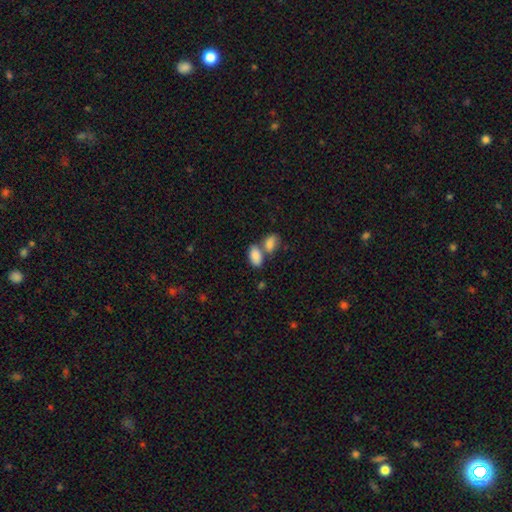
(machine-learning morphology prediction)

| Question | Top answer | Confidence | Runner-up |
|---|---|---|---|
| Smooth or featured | smooth | 86% | featured or disk (7%) |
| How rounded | in between | 93% | round (5%) |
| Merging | merger | 51% | none (37%) |